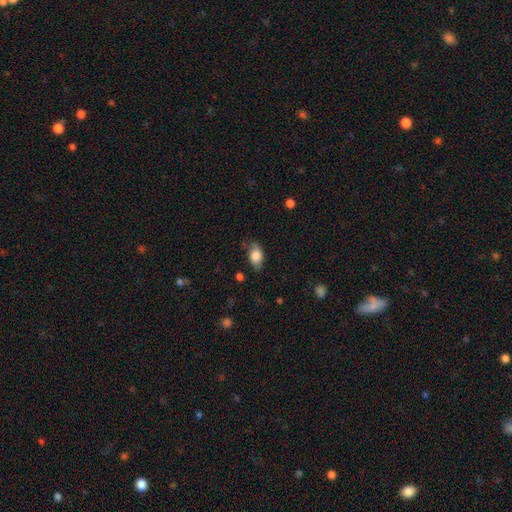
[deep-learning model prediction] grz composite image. It shows a smooth galaxy with no disk features (81%) that is in between round and cigar-shaped (87%). Merging: none (64%).